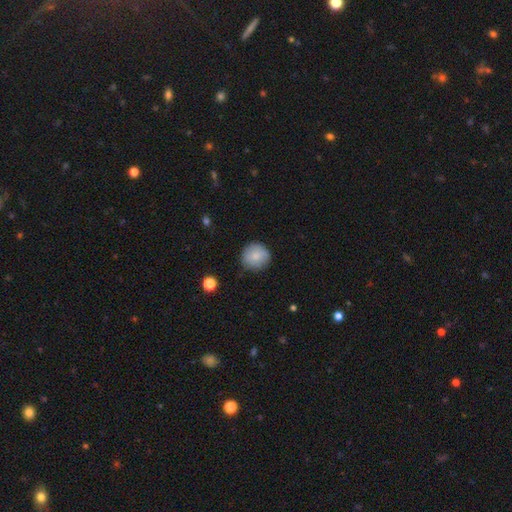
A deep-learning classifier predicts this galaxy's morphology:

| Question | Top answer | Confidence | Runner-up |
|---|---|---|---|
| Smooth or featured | smooth | 82% | featured or disk (10%) |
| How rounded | round | 93% | in between (6%) |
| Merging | none | 83% | minor disturbance (13%) |